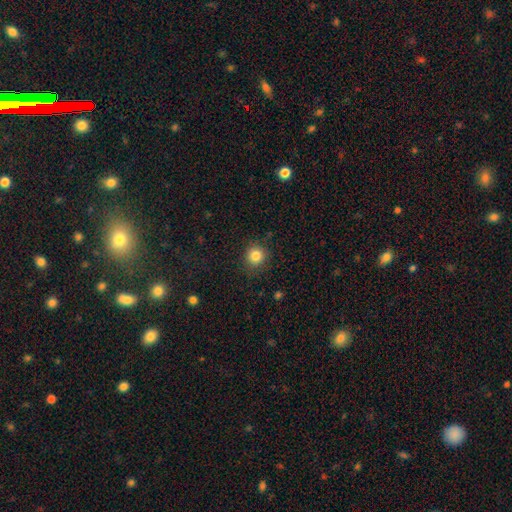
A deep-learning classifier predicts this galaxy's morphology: Smooth or featured?
  - smooth: 83% *
  - star or artifact: 11%
  - featured or disk: 5%
How rounded?
  - round: 91% *
  - in between: 8%
  - cigar-shaped: 1%
Merging?
  - none: 87% *
  - minor disturbance: 9%
  - major disturbance: 3%
  - merger: 1%